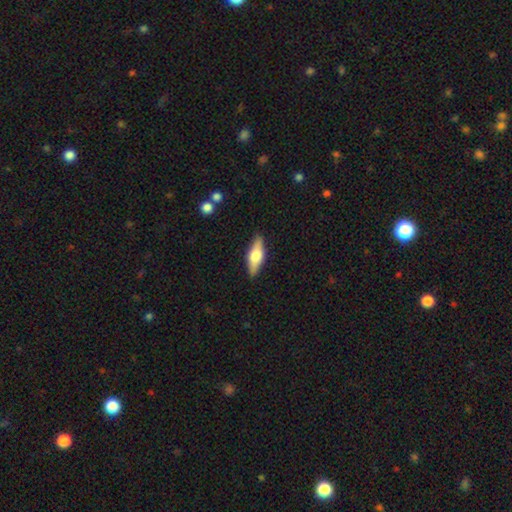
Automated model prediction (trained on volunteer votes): A smooth galaxy with no disk features (49%). Merging: none (87%).